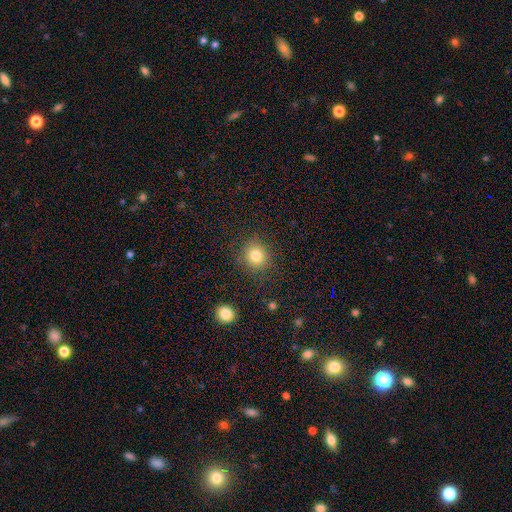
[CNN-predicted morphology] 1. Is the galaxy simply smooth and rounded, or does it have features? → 82% smooth, 12% star or artifact, 7% featured or disk.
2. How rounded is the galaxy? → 87% round, 12% in between, 1% cigar-shaped.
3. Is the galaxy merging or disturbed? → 85% none, 10% minor disturbance, 4% major disturbance, 2% merger.